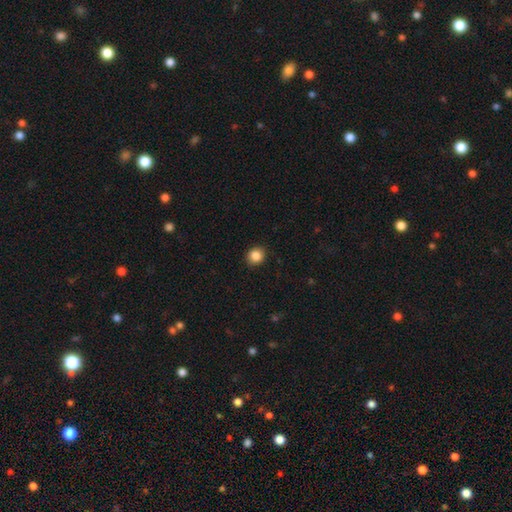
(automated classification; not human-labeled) The model was most divided on "how rounded": round: 85%, in between: 15%, cigar-shaped: 1%. More confident: merging — none (90%); smooth or featured — smooth (86%).